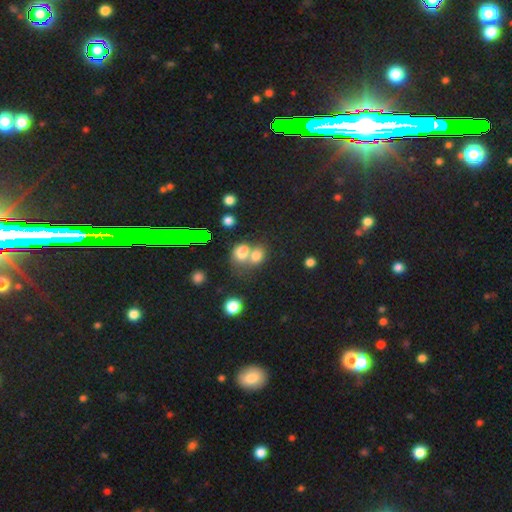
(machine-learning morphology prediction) type=smooth (70%); roundness=round (55%); merging=merger (58%).